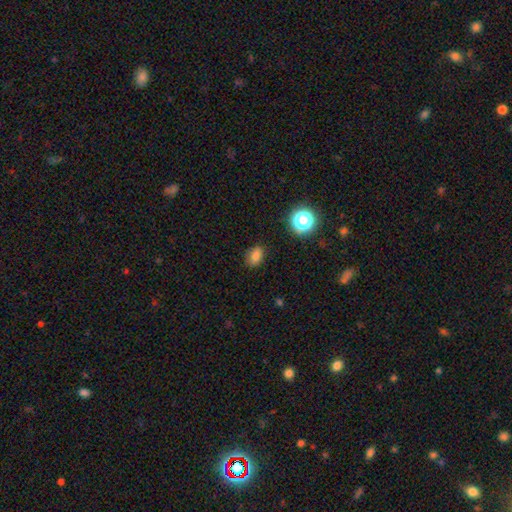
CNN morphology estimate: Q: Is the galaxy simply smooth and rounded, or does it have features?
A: smooth — 78%.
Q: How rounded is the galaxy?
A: in between — 75%.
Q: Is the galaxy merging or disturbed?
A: none — 82%.